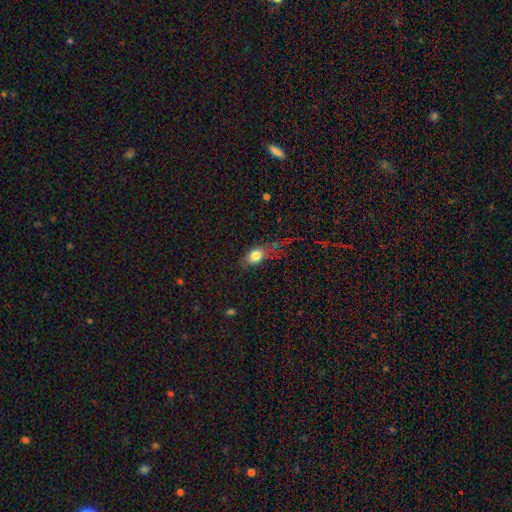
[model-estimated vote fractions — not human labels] Q: Smooth or featured?
A: smooth (77%); runner-up: featured or disk (12%)
Q: How rounded?
A: in between (64%); runner-up: round (29%)
Q: Merging?
A: none (41%); runner-up: major disturbance (29%)